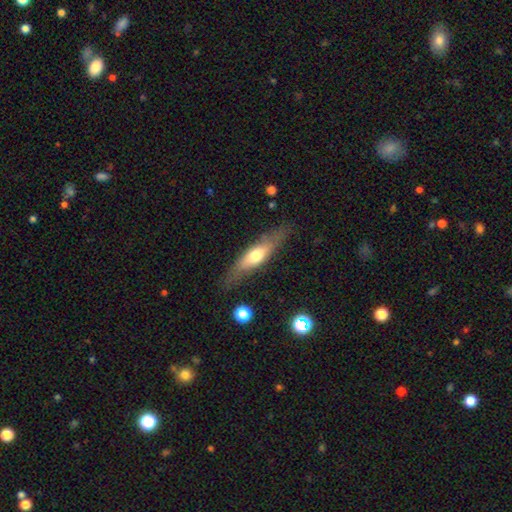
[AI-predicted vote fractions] smooth 52%, featured or disk 42%, star or artifact 6%. Down the decision tree: how rounded — cigar-shaped (62%); merging — none (76%).